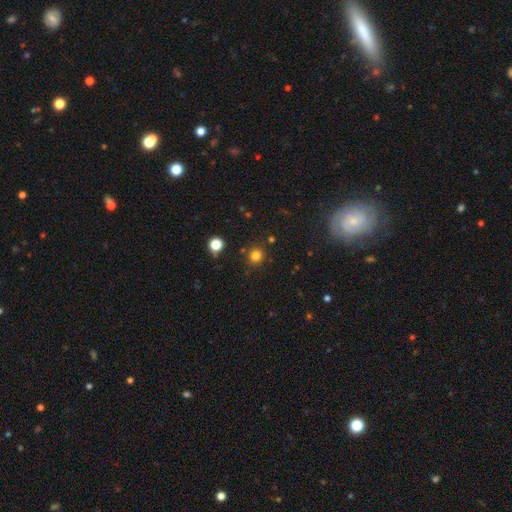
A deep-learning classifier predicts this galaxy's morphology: type=smooth (80%); roundness=round (89%); merging=none (86%).